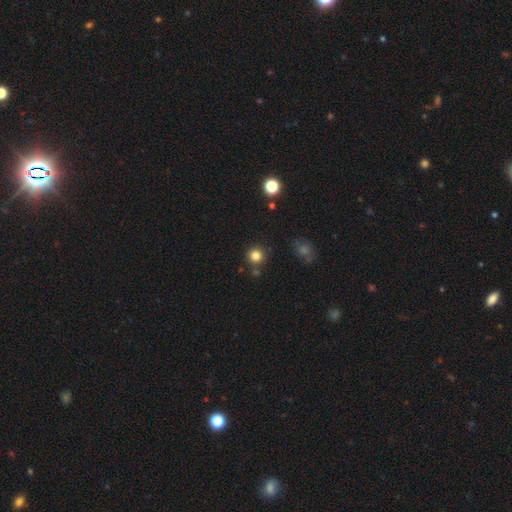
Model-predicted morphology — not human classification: Overall: smooth (81%). How rounded: round (94%). Merging: none (84%).